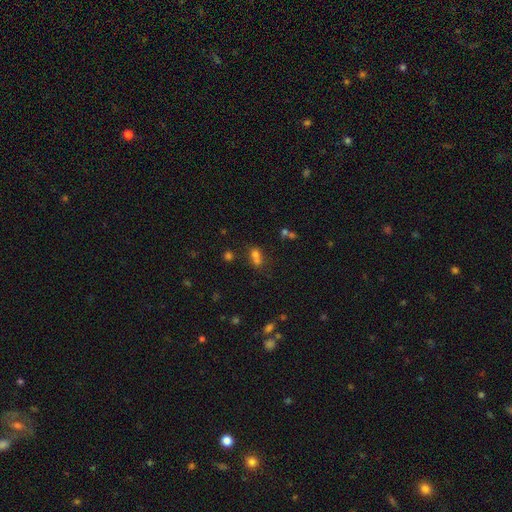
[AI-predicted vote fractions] smooth 65%, star or artifact 21%, featured or disk 14%. Down the decision tree: how rounded — round (60%); merging — merger (53%).